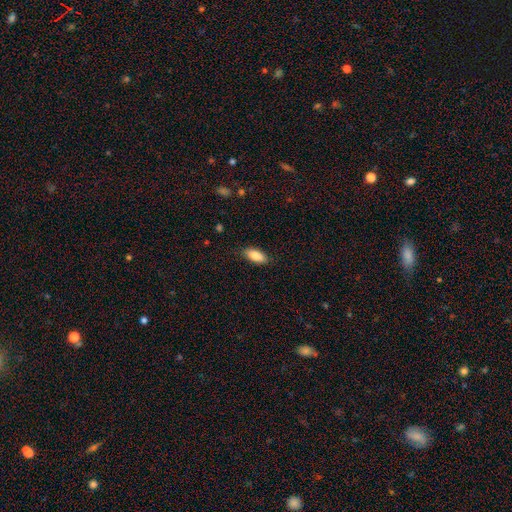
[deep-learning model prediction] A smooth galaxy with no disk features (85%) that is in between round and cigar-shaped (84%). Merging: none (85%).